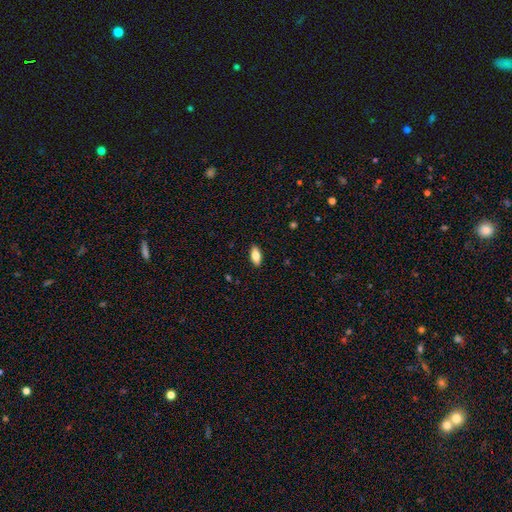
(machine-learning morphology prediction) smooth 79%, featured or disk 14%, star or artifact 7%. Down the decision tree: how rounded — in between (87%); merging — none (89%).